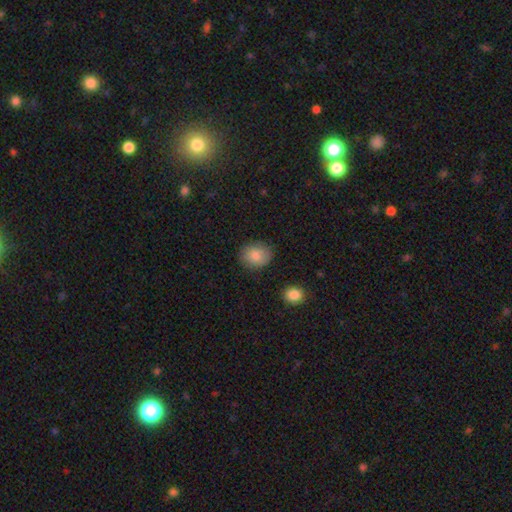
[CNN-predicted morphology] smooth-or-featured: smooth: 84% | star or artifact: 8% | featured or disk: 8%
  how-rounded: round: 54% | in between: 45% | cigar-shaped: 1%
  merging: none: 83% | minor disturbance: 12% | major disturbance: 3% | merger: 2%